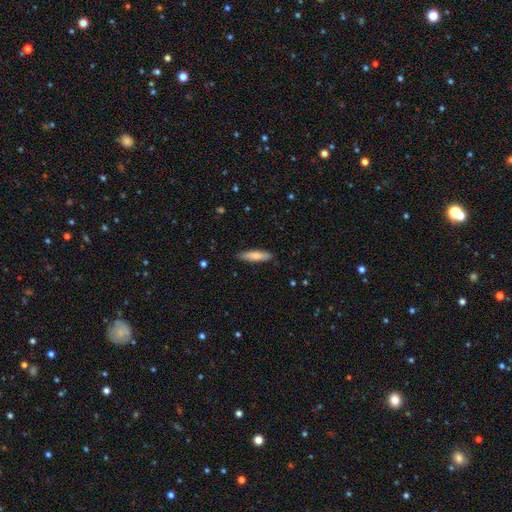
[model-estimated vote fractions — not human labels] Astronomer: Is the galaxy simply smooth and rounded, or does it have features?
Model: smooth — 77%.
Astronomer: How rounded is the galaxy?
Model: cigar-shaped — 71%.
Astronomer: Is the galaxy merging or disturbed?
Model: none — 87%.